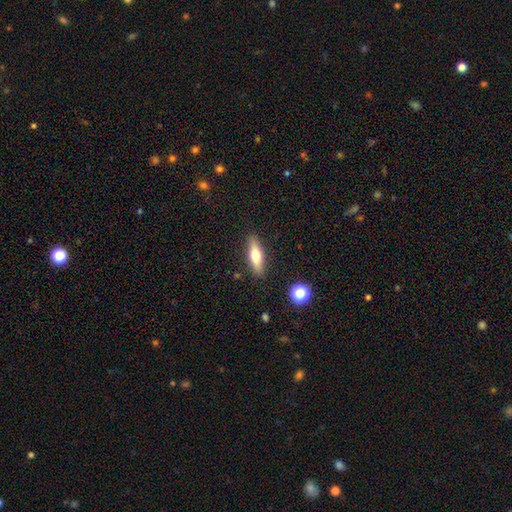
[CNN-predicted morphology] Smooth or featured?
  - smooth: 59% *
  - featured or disk: 34%
  - star or artifact: 7%
How rounded?
  - cigar-shaped: 58% *
  - in between: 39%
  - round: 3%
Merging?
  - none: 87% *
  - minor disturbance: 9%
  - major disturbance: 2%
  - merger: 2%